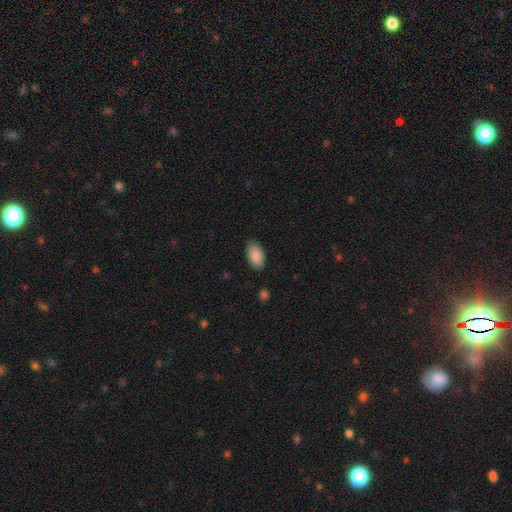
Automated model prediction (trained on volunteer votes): The model was most divided on "merging": none: 84%, minor disturbance: 13%, major disturbance: 3%, merger: 1%. More confident: how rounded — in between (94%); smooth or featured — smooth (89%).